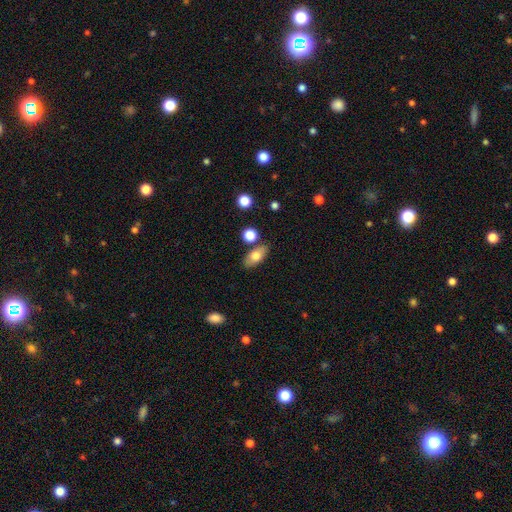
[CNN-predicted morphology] This appears to be a smooth galaxy with no disk features (72%) that is in between round and cigar-shaped (85%). Merging: none (78%).